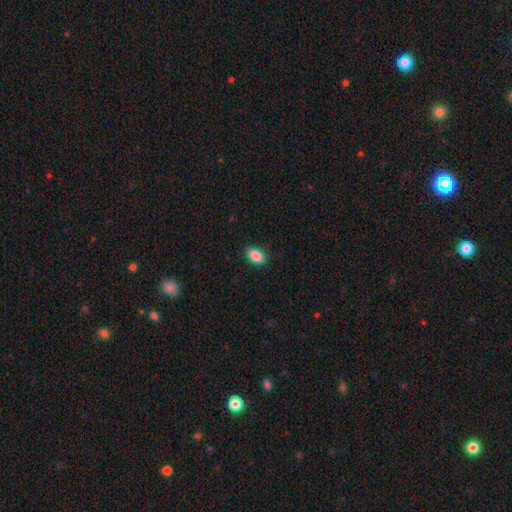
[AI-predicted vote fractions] This appears to be a smooth galaxy with no disk features (89%) that is in between round and cigar-shaped (92%). Merging: none (87%).